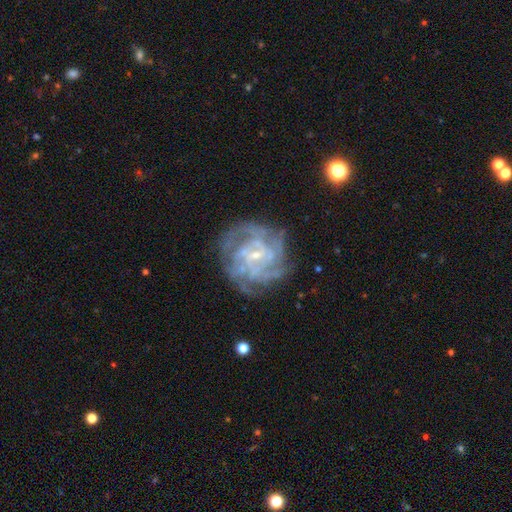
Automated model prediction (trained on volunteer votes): This is clearly a featured or disk galaxy (85%). It is clearly not viewed edge-on (98%). Bar: marginally weak (45%). Spiral arm pattern: clearly yes (93%). Spiral arm count: marginally can't tell (34%). Spiral winding: likely tight (61%). Central bulge: likely small (77%). Merging: likely none (71%).